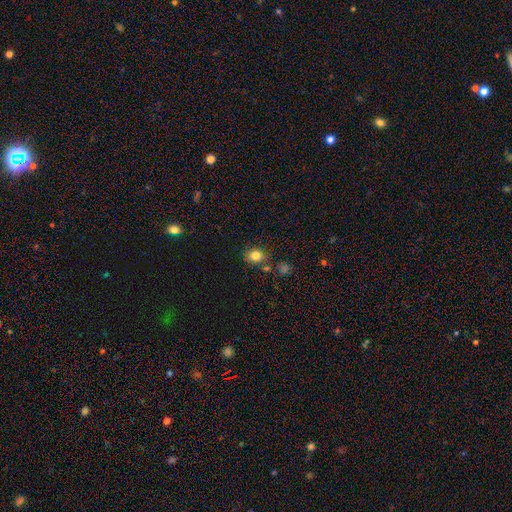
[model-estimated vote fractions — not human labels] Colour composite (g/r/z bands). It shows a smooth galaxy with no disk features (81%) that is round (57%). Merging: none (76%).